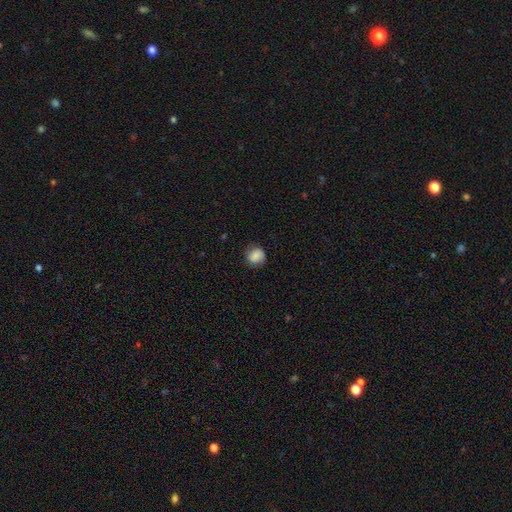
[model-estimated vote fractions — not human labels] The model was most divided on "merging": none: 77%, minor disturbance: 17%, major disturbance: 5%, merger: 1%. More confident: how rounded — round (81%); smooth or featured — smooth (79%).